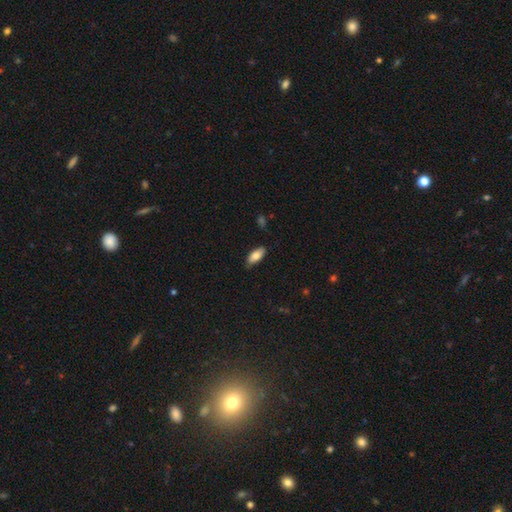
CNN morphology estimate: Q: Smooth or featured?
A: smooth (79%); runner-up: featured or disk (14%)
Q: How rounded?
A: in between (86%); runner-up: cigar-shaped (12%)
Q: Merging?
A: none (80%); runner-up: minor disturbance (16%)